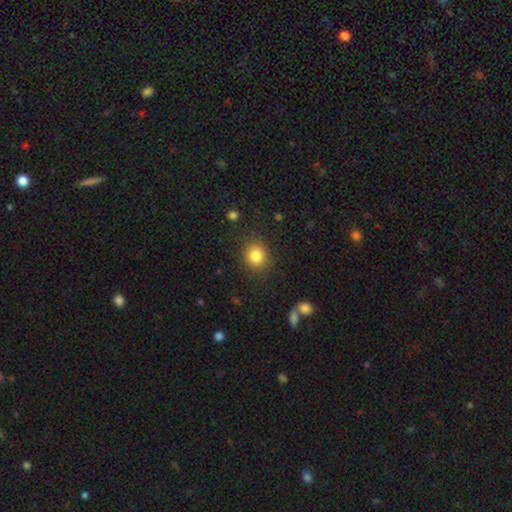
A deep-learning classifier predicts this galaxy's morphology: This appears to be a smooth galaxy with no disk features (83%) that is round (81%). Merging: none (87%).